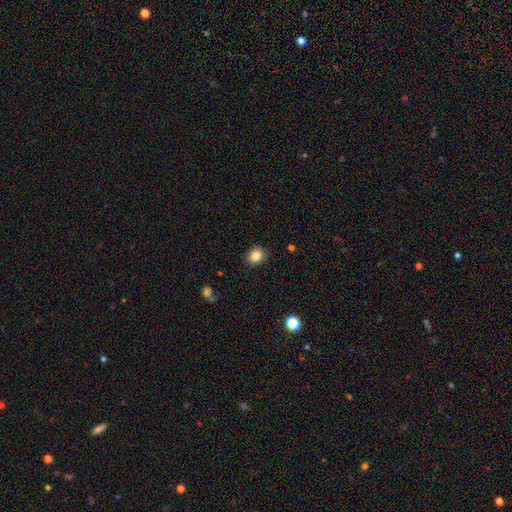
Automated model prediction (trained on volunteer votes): Smooth or featured? smooth (85%)
How rounded? round (73%)
Merging? none (88%)